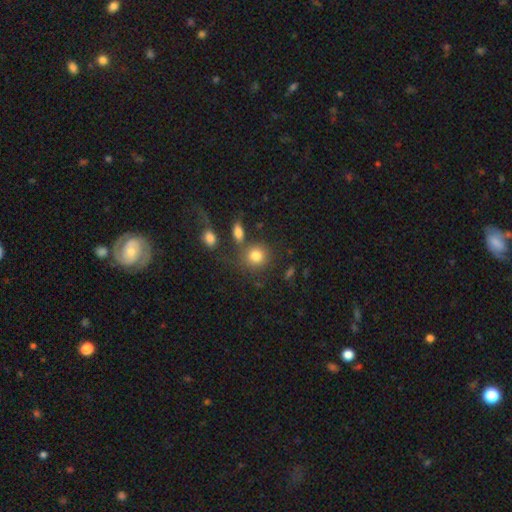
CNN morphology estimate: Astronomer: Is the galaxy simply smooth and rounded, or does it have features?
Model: smooth — 81%.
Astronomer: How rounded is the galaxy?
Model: round — 82%.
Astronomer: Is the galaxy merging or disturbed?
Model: none — 68%.